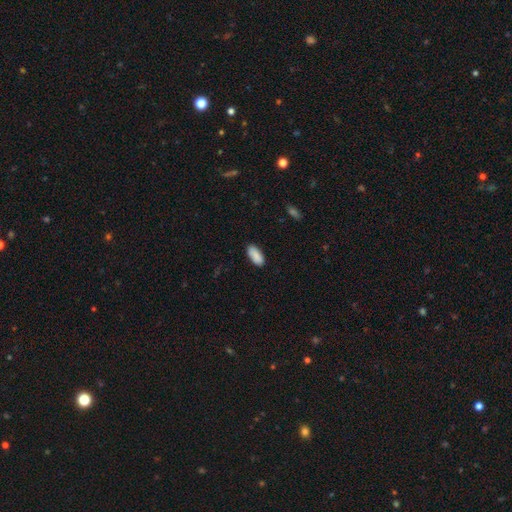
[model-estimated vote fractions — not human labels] A smooth galaxy with no disk features (89%) that is in between round and cigar-shaped (89%).

Vote fractions:
- Smooth or featured? smooth: 89% / star or artifact: 6% / featured or disk: 4%
- How rounded? in between: 89% / cigar-shaped: 10% / round: 2%
- Merging? none: 84% / minor disturbance: 12% / major disturbance: 2% / merger: 1%